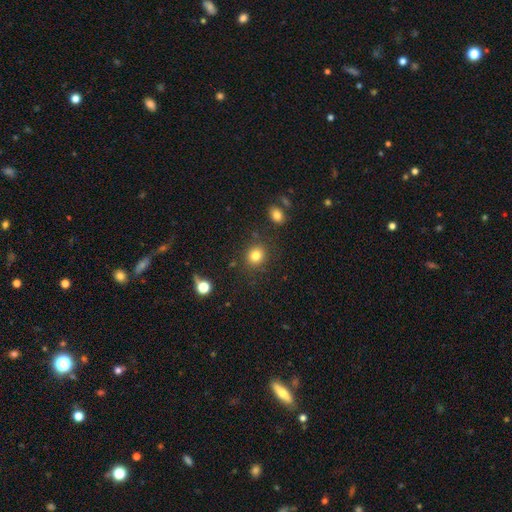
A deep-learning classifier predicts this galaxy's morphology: The model was most divided on "how rounded": round: 80%, in between: 19%, cigar-shaped: 1%. More confident: merging — none (84%); smooth or featured — smooth (81%).